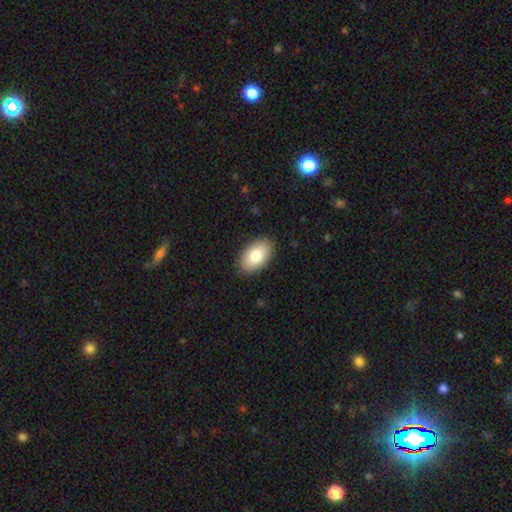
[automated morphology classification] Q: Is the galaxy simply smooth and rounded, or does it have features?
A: smooth — 82%.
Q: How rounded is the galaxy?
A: in between — 94%.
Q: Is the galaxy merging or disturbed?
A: none — 88%.